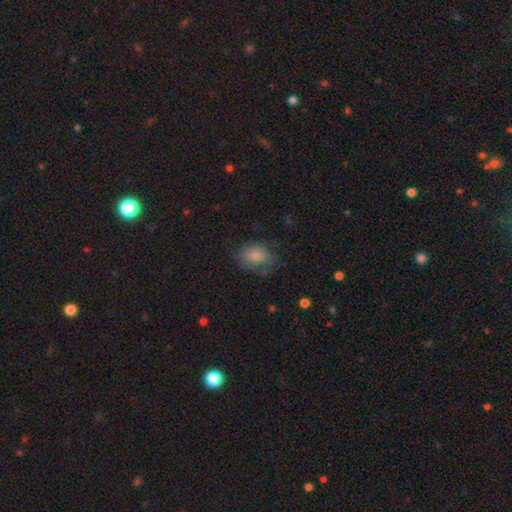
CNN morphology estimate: A smooth galaxy with no disk features (78%) that is in between round and cigar-shaped (59%). Merging: none (54%).